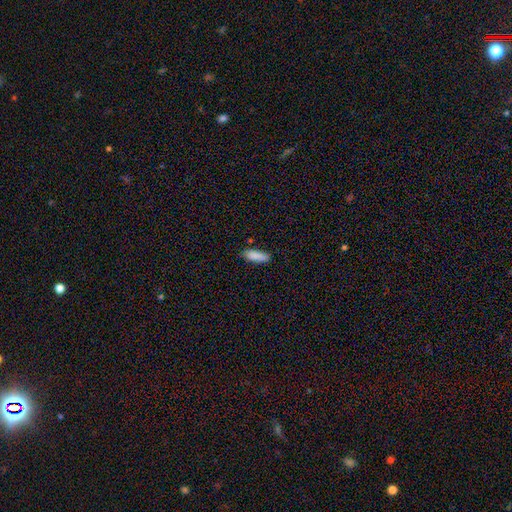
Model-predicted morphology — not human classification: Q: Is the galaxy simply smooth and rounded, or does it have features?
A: smooth — 87%.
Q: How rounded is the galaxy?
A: in between — 56%.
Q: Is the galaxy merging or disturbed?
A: none — 79%.